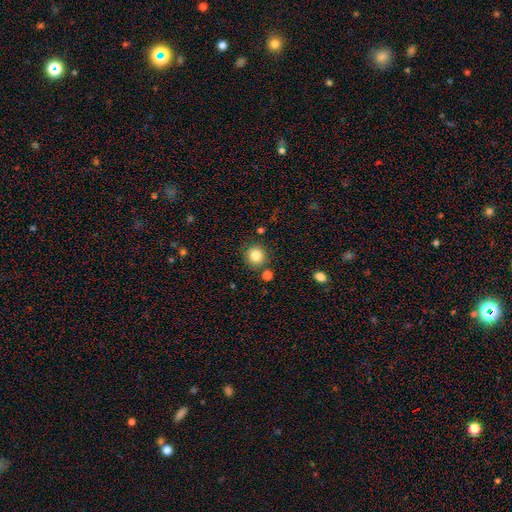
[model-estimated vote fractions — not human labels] A smooth galaxy with no disk features (83%) that is round (90%). Merging: none (83%).